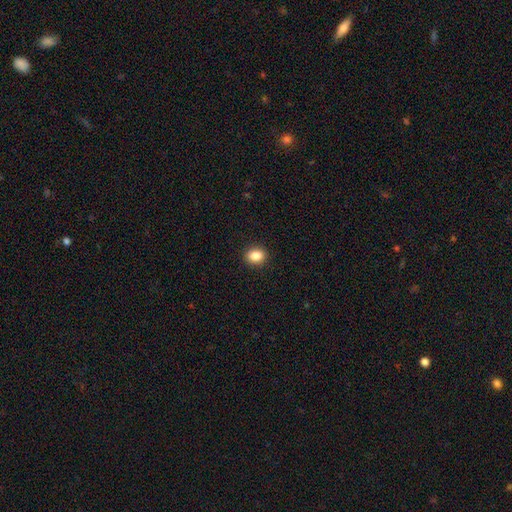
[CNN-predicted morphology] Smooth or featured: smooth — 86% (star or artifact — 9%)
How rounded: round — 50% (in between — 49%)
Merging: none — 91% (minor disturbance — 6%)